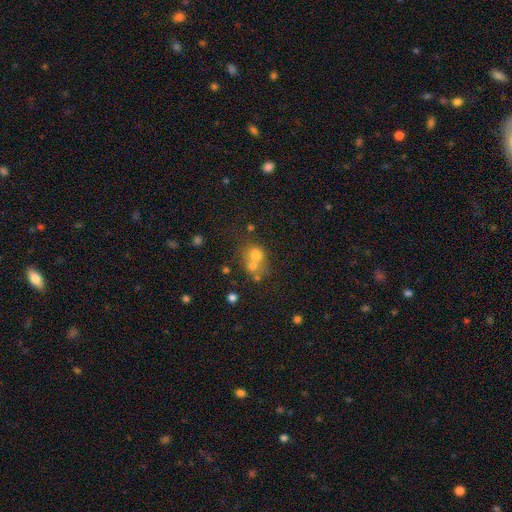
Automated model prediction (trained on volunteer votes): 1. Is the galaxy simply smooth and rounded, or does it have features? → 64% smooth, 20% featured or disk, 15% star or artifact.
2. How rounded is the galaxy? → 73% round, 26% in between, 1% cigar-shaped.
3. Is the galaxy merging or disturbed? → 57% merger, 30% none, 8% minor disturbance, 5% major disturbance.